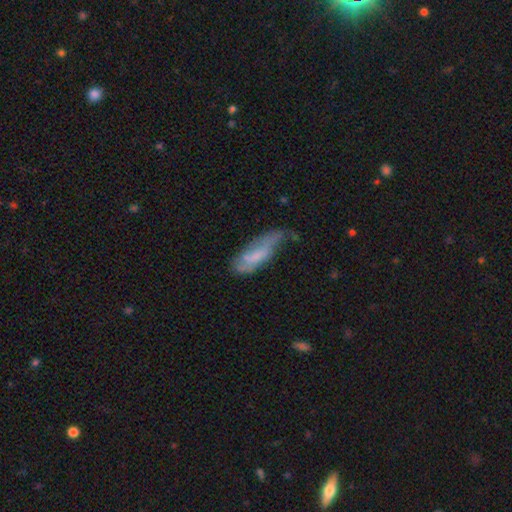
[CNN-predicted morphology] Smooth or featured?
  - smooth: 56% *
  - featured or disk: 36%
  - star or artifact: 8%
How rounded?
  - in between: 56% *
  - cigar-shaped: 42%
  - round: 2%
Merging?
  - minor disturbance: 38% *
  - none: 31%
  - major disturbance: 26%
  - merger: 5%